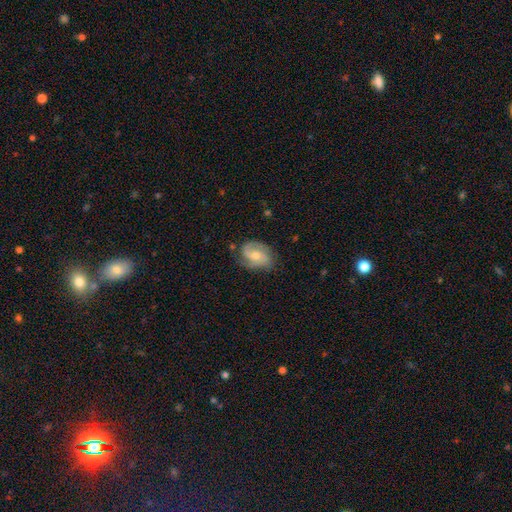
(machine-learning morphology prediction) featured or disk 72%, smooth 22%, star or artifact 6%. Down the decision tree: edge-on disk — no (97%); bar — no (61%); spiral arms — yes (93%); spiral arm count — 2 (65%); spiral winding — medium (45%); bulge size — moderate (50%); merging — none (65%).